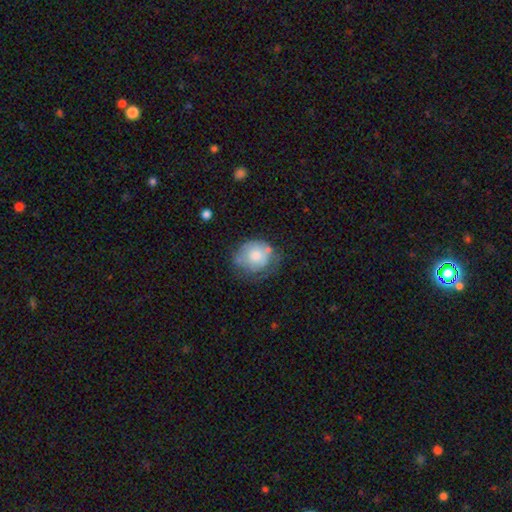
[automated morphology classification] A smooth galaxy with no disk features (67%) that is round (72%). Merging: none (45%).